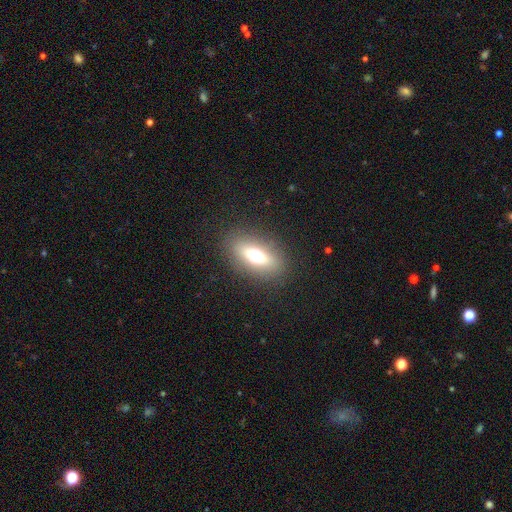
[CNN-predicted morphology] Smooth or featured?
  - smooth: 59% *
  - featured or disk: 27%
  - star or artifact: 15%
How rounded?
  - in between: 74% *
  - round: 13%
  - cigar-shaped: 13%
Merging?
  - none: 85% *
  - minor disturbance: 9%
  - major disturbance: 5%
  - merger: 1%